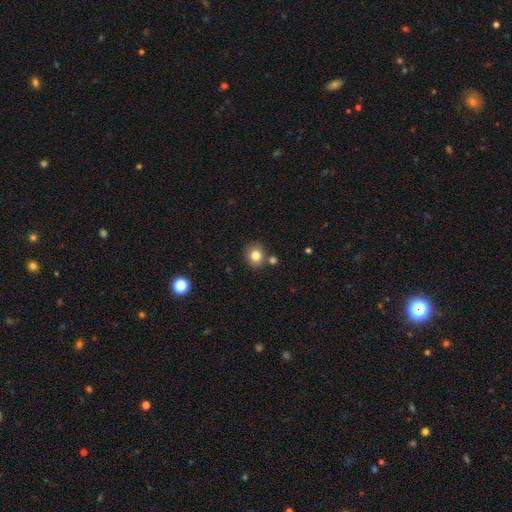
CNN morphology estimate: This appears to be a smooth galaxy with no disk features (82%) that is round (78%). Merging: none (76%).